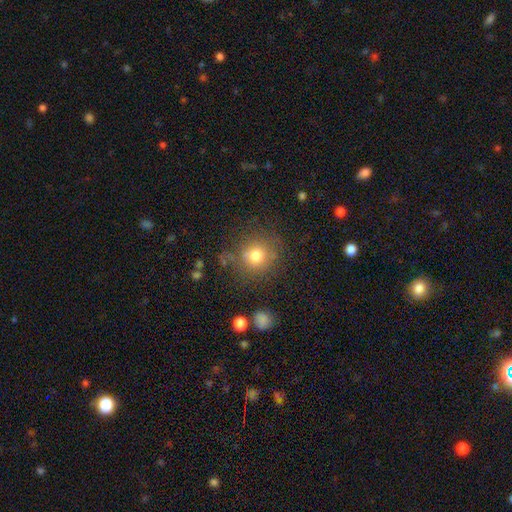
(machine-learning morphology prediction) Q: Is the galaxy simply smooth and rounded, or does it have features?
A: smooth — 76%.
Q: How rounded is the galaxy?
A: round — 86%.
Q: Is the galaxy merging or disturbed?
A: none — 74%.